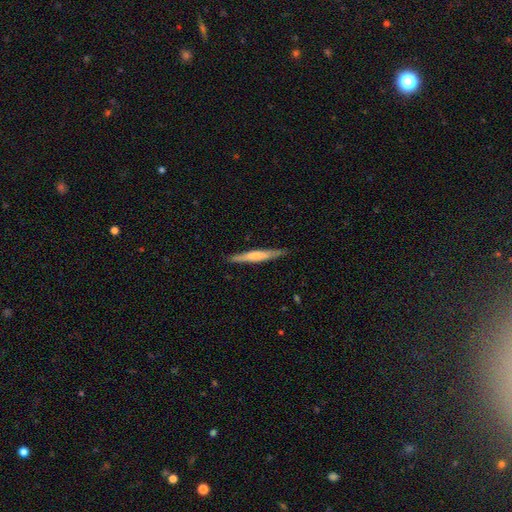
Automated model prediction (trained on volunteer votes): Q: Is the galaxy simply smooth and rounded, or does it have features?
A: smooth — 54%.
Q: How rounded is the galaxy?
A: cigar-shaped — 95%.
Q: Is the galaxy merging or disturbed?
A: none — 89%.